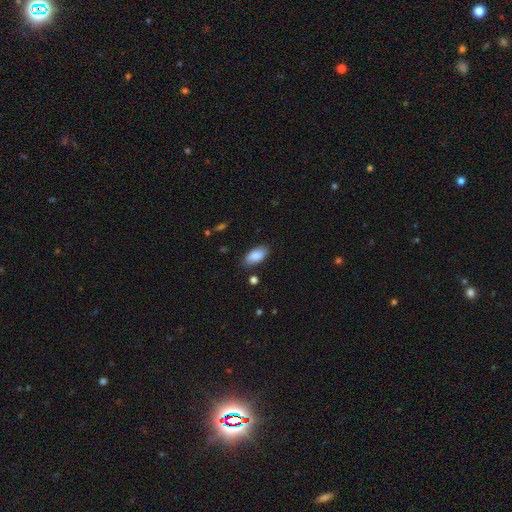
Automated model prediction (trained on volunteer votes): This is clearly a smooth galaxy (87%). How rounded: clearly in between (92%). Merging: clearly none (84%).